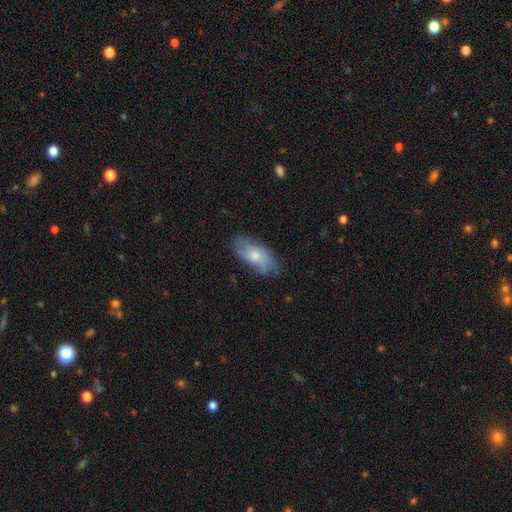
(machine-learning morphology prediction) Q: Smooth or featured?
A: smooth (53%); runner-up: featured or disk (40%)
Q: How rounded?
A: in between (89%); runner-up: cigar-shaped (8%)
Q: Merging?
A: none (66%); runner-up: minor disturbance (25%)